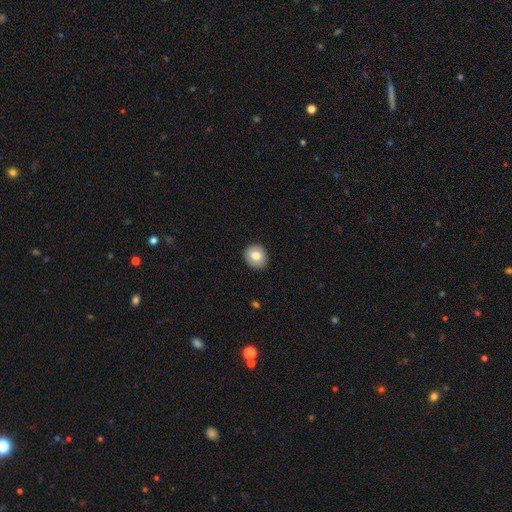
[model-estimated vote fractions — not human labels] This appears to be a smooth galaxy with no disk features (80%) that is round (78%). Merging: none (89%).